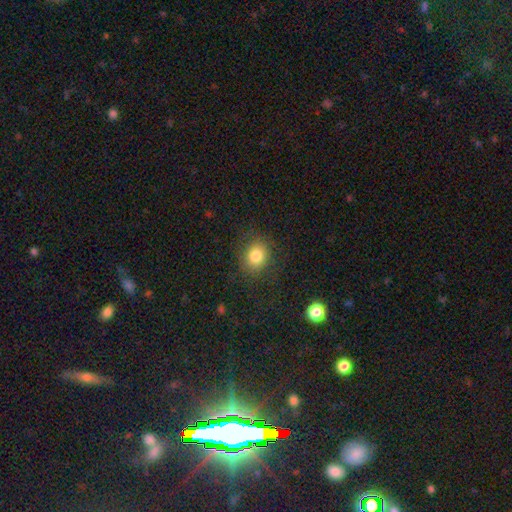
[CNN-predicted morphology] The model was most divided on "how rounded": round: 70%, in between: 29%, cigar-shaped: 1%. More confident: merging — none (83%); smooth or featured — smooth (80%).